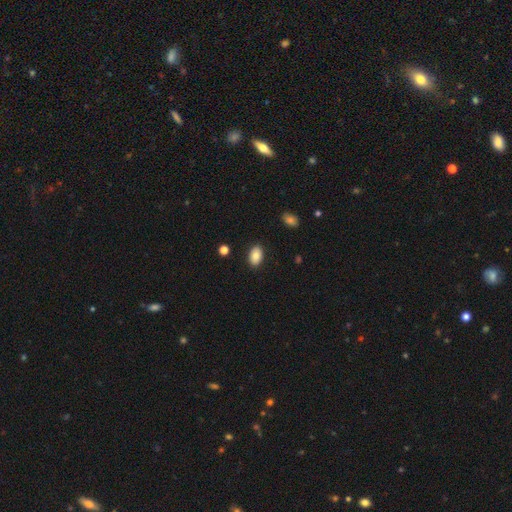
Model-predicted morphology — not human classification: Smooth or featured: smooth — 85% (star or artifact — 8%)
How rounded: in between — 89% (round — 10%)
Merging: none — 88% (minor disturbance — 9%)